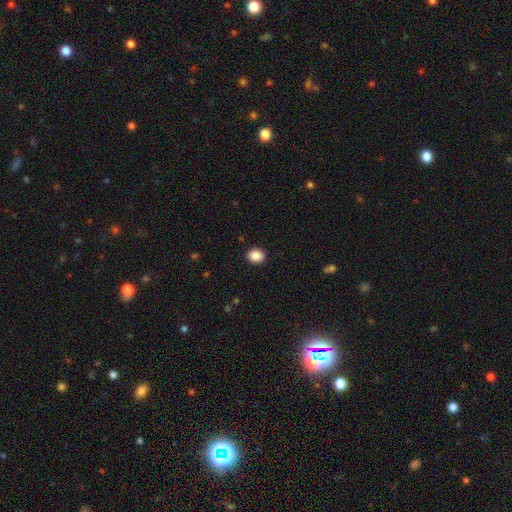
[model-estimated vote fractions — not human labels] Morphology: type=smooth (88%); roundness=round (64%); merging=none (91%).